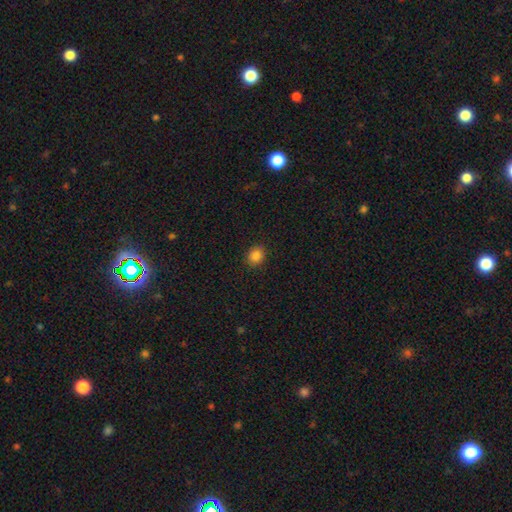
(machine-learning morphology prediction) Smooth or featured? Predicted: smooth (p=0.85). How rounded? Predicted: round (p=0.71). Merging? Predicted: none (p=0.91).